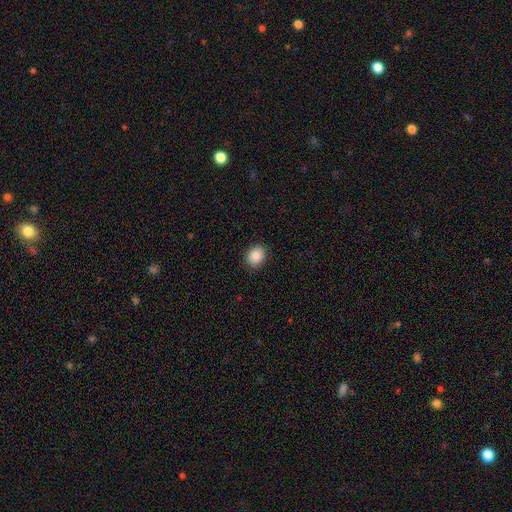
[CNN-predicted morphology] smooth 87%, star or artifact 9%, featured or disk 5%. Down the decision tree: how rounded — round (56%); merging — none (88%).